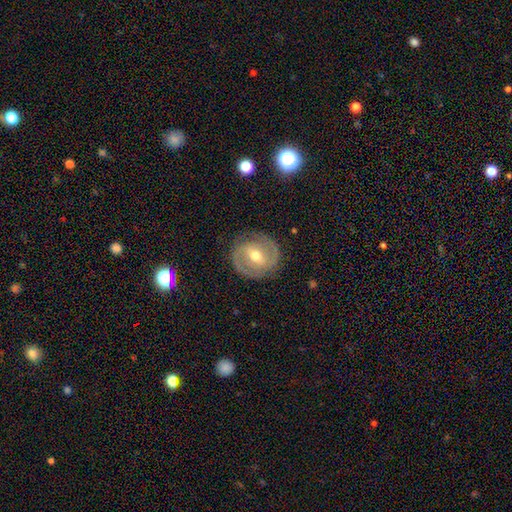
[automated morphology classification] Smooth or featured: featured or disk — 79% (smooth — 15%)
Edge-on disk: no — 97% (yes — 3%)
Bar: weak — 48% (strong — 28%)
Spiral arms: yes — 85% (no — 15%)
Spiral winding: tight — 44% (medium — 43%)
Spiral arm count: 2 — 85% (can't tell — 7%)
Bulge size: moderate — 74% (small — 21%)
Merging: none — 83% (minor disturbance — 11%)